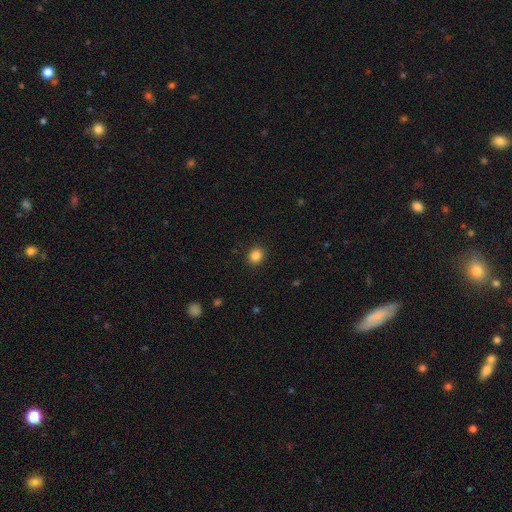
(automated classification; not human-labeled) Morphology: type=smooth (86%); roundness=round (72%); merging=none (90%).